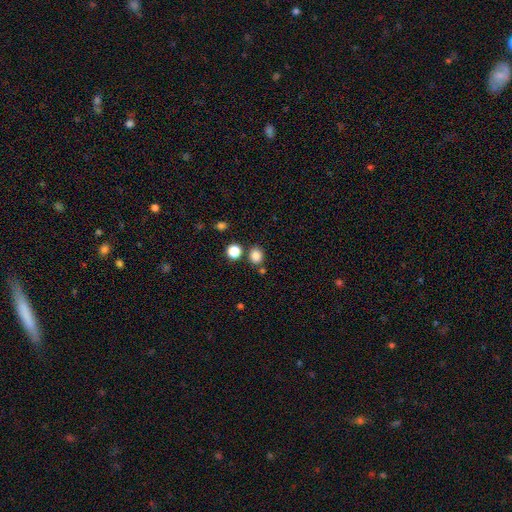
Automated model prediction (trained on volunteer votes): smooth 84%, star or artifact 13%, featured or disk 4%. Down the decision tree: how rounded — round (76%); merging — none (78%).